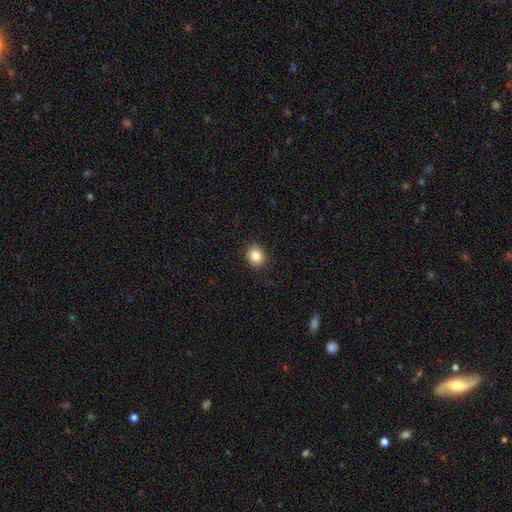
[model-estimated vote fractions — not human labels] The model was most divided on "how rounded": round: 74%, in between: 25%, cigar-shaped: 1%. More confident: merging — none (89%); smooth or featured — smooth (85%).